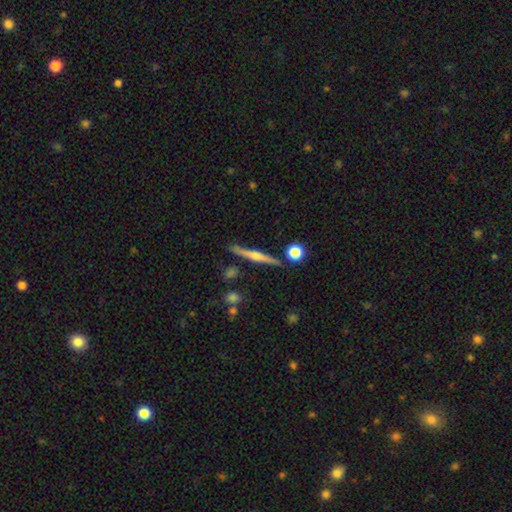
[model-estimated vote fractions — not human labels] Overall: featured or disk (69%). Edge-on disk: yes (98%). Edge-on bulge: rounded (80%). Merging: none (87%).